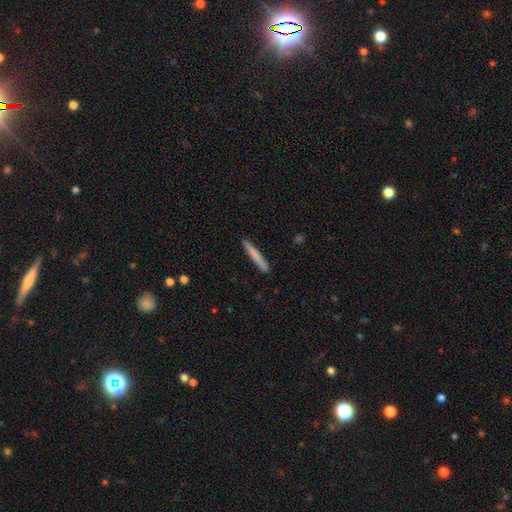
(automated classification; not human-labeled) smooth 76%, featured or disk 18%, star or artifact 6%. Down the decision tree: how rounded — cigar-shaped (96%); merging — none (90%).